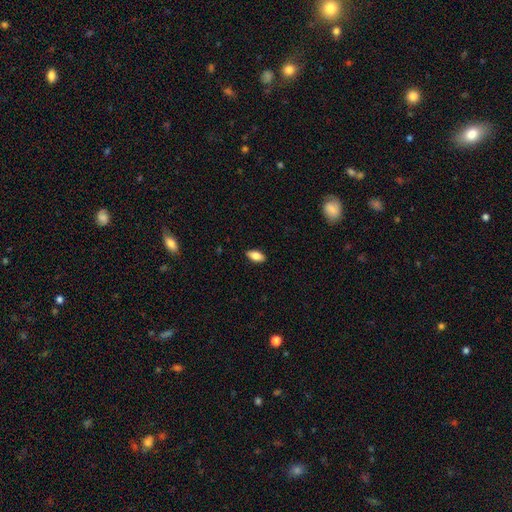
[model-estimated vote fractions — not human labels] A smooth galaxy with no disk features (82%) that is in between round and cigar-shaped (88%).

Vote fractions:
- Smooth or featured? smooth: 82% / featured or disk: 11% / star or artifact: 7%
- How rounded? in between: 88% / cigar-shaped: 9% / round: 3%
- Merging? none: 88% / minor disturbance: 10% / major disturbance: 2% / merger: 1%